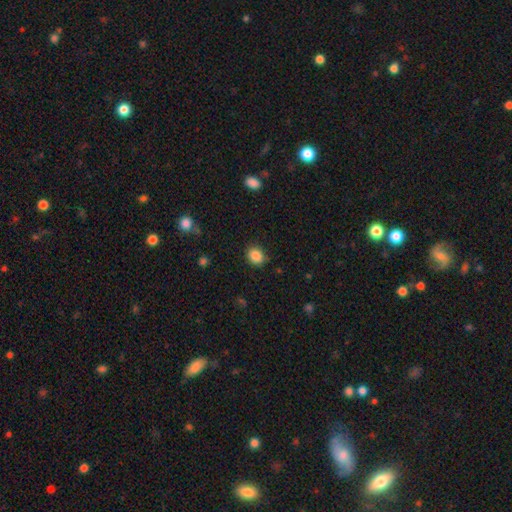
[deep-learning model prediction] Smooth or featured? smooth (87%)
How rounded? round (57%)
Merging? none (84%)